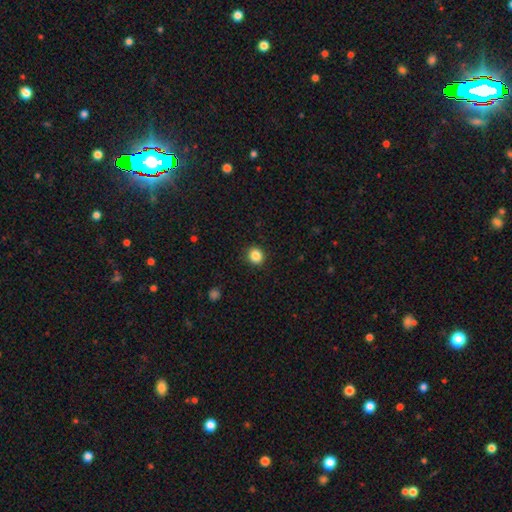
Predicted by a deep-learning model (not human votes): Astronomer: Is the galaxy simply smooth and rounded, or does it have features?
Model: smooth — 86%.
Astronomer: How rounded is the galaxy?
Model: round — 84%.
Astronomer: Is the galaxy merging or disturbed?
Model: none — 91%.